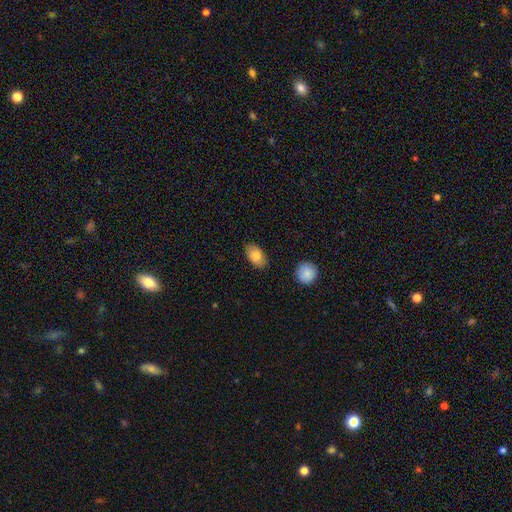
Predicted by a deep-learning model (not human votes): Morphology: type=smooth (82%); roundness=in between (90%); merging=none (85%).